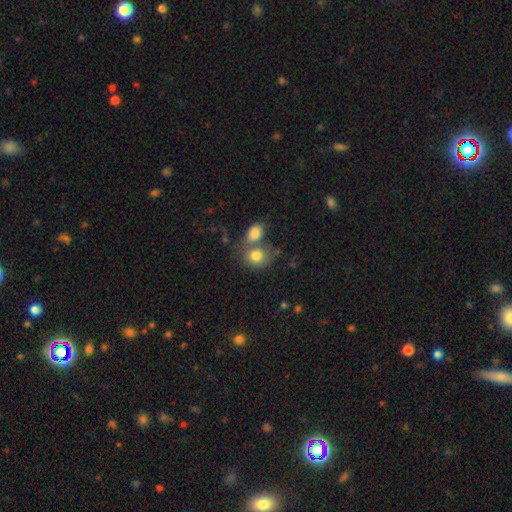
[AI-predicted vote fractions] Overall: smooth (80%). How rounded: round (54%; in between 45%). Merging: merger (45%; none 39%).